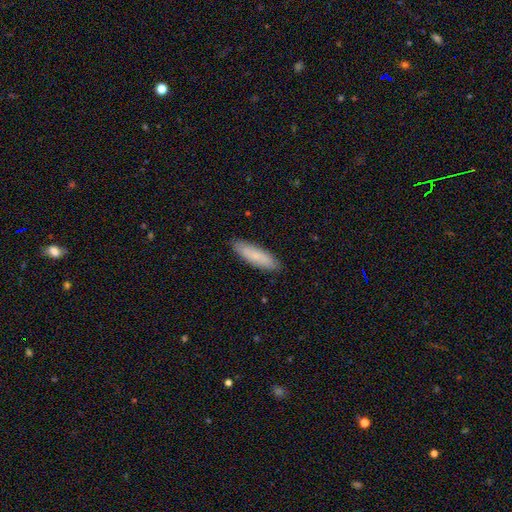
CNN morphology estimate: This is likely a smooth galaxy (77%). How rounded: likely cigar-shaped (63%). Merging: clearly none (88%).